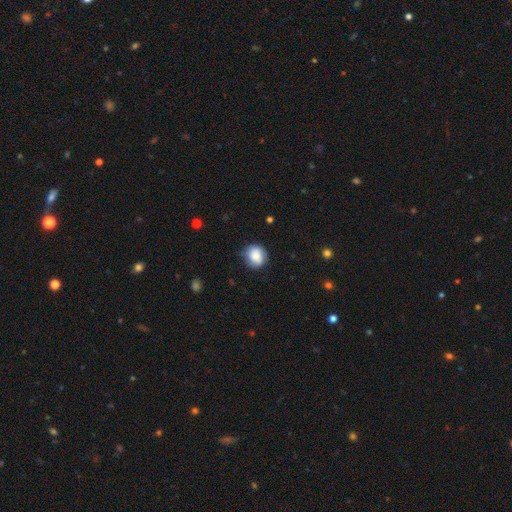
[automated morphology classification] smooth 81%, featured or disk 11%, star or artifact 8%. Down the decision tree: how rounded — round (77%); merging — none (75%).